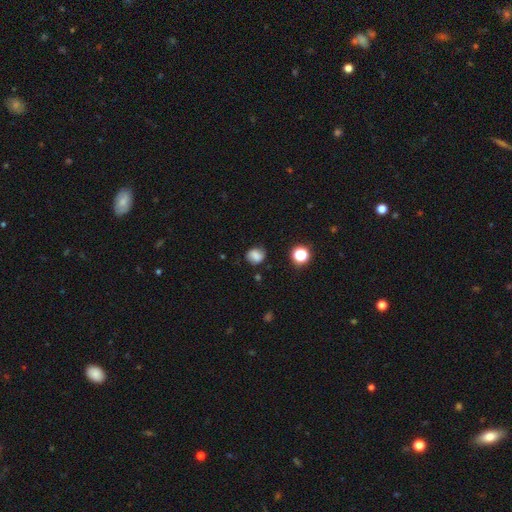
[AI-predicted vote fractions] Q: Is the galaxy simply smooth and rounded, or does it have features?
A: smooth — 71%.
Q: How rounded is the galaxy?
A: round — 69%.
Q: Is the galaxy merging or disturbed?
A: none — 73%.